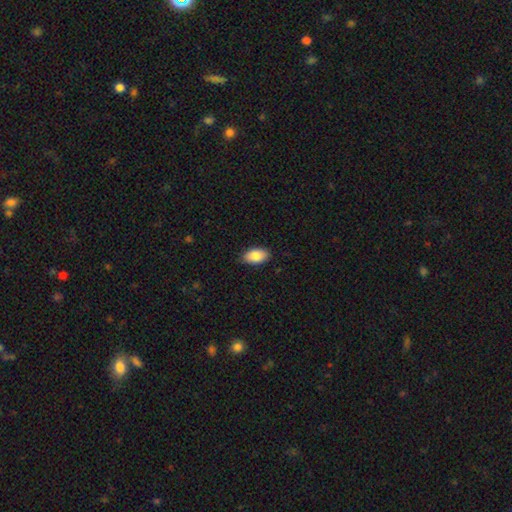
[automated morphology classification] This appears to be a smooth galaxy with no disk features (86%) that is in between round and cigar-shaped (94%). Merging: none (87%).